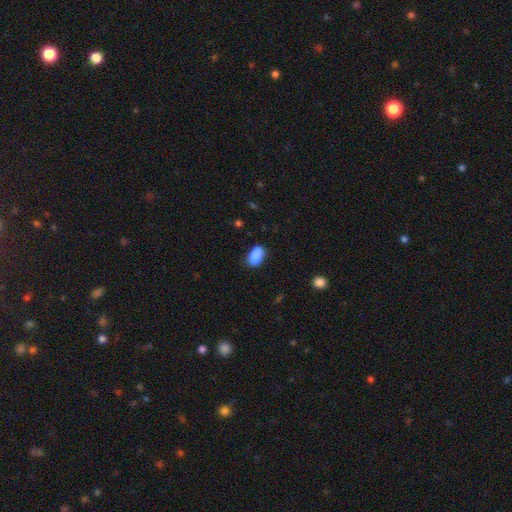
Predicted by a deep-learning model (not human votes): smooth_or_featured: smooth (p=0.87) [alt: star or artifact p=0.08]
how_rounded: in between (p=0.91) [alt: round p=0.06]
merging: none (p=0.72) [alt: minor disturbance p=0.21]